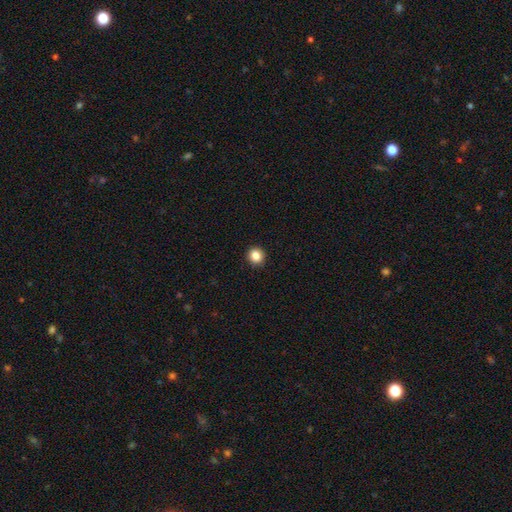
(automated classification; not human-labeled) The model was most divided on "smooth or featured": smooth: 85%, star or artifact: 10%, featured or disk: 4%. More confident: merging — none (93%); how rounded — round (88%).